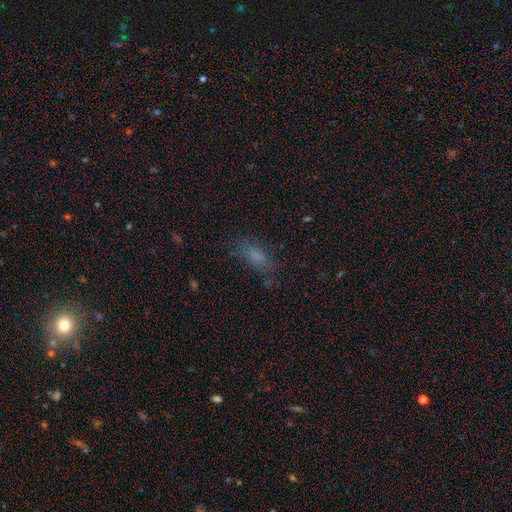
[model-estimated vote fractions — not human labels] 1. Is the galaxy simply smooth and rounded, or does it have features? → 72% smooth, 16% star or artifact, 12% featured or disk.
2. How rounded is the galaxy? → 73% in between, 23% cigar-shaped, 4% round.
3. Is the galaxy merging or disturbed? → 67% none, 20% minor disturbance, 10% major disturbance, 3% merger.